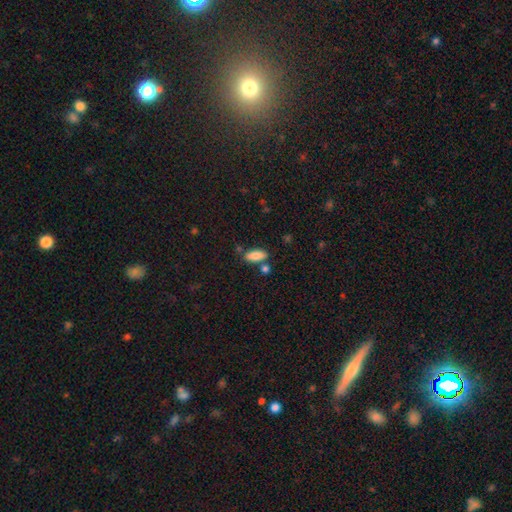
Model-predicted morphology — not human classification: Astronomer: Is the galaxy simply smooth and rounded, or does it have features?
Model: smooth — 86%.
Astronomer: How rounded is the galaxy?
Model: in between — 82%.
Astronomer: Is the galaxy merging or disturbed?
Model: none — 75%.